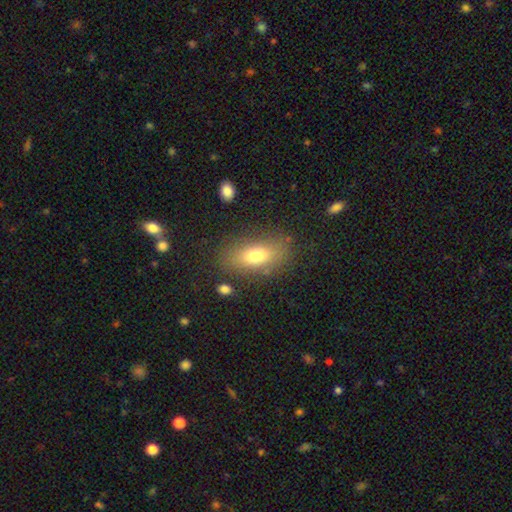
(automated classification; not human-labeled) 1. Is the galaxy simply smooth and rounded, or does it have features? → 73% smooth, 18% featured or disk, 9% star or artifact.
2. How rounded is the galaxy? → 84% in between, 9% cigar-shaped, 6% round.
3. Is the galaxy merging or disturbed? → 80% none, 13% minor disturbance, 5% major disturbance, 3% merger.